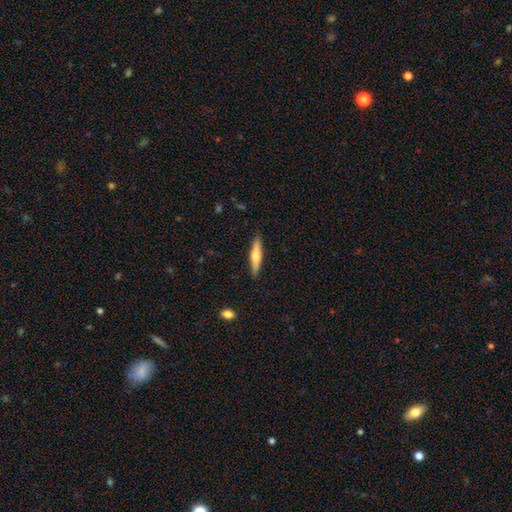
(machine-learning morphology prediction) smooth 49%, featured or disk 46%, star or artifact 5%. Down the decision tree: merging — none (89%).